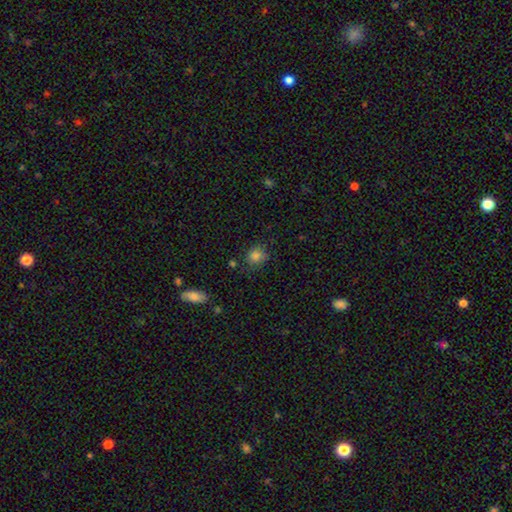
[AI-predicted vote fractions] A smooth galaxy with no disk features (83%) that is round (76%). Merging: none (74%).